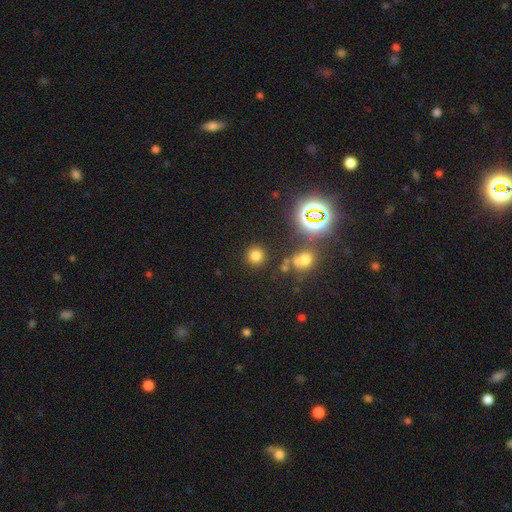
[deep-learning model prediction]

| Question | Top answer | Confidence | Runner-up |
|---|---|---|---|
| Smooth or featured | smooth | 73% | star or artifact (21%) |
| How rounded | round | 93% | in between (6%) |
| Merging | none | 85% | minor disturbance (7%) |